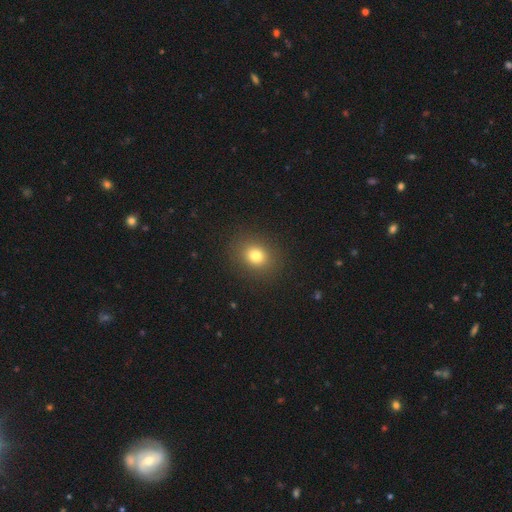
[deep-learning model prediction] smooth_or_featured: smooth (p=0.78) [alt: star or artifact p=0.13]
how_rounded: round (p=0.61) [alt: in between p=0.38]
merging: none (p=0.89) [alt: minor disturbance p=0.07]